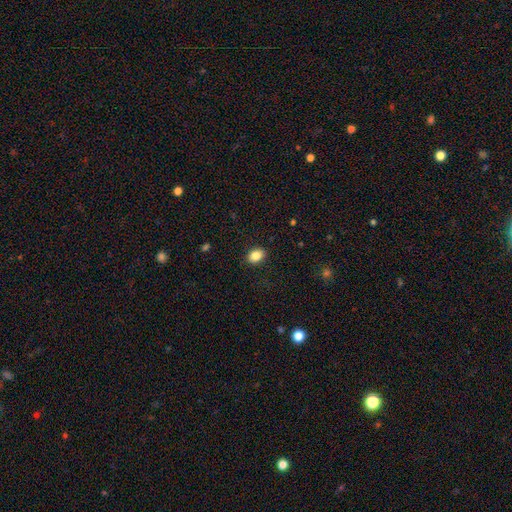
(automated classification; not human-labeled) Q: Smooth or featured?
A: smooth (85%); runner-up: star or artifact (9%)
Q: How rounded?
A: in between (74%); runner-up: round (25%)
Q: Merging?
A: none (87%); runner-up: minor disturbance (9%)